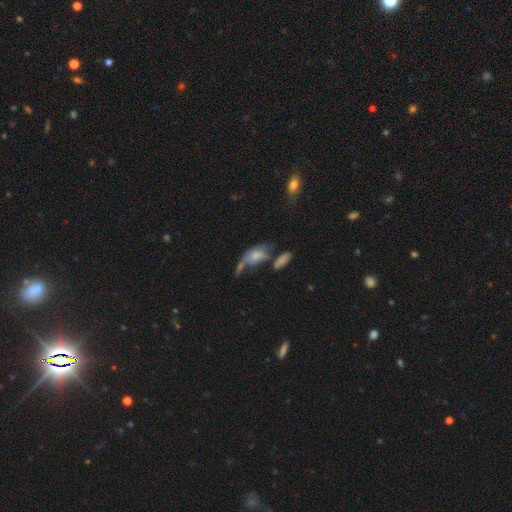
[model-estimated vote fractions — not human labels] Morphology: type=smooth (56%); roundness=in between (87%); merging=merger (30%).